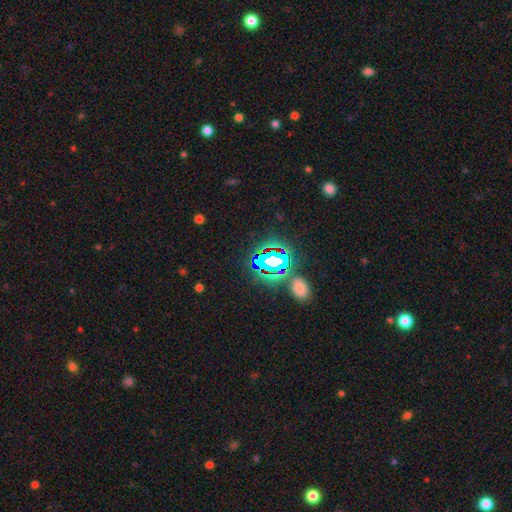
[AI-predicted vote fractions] star or artifact 77%, smooth 15%, featured or disk 8%.